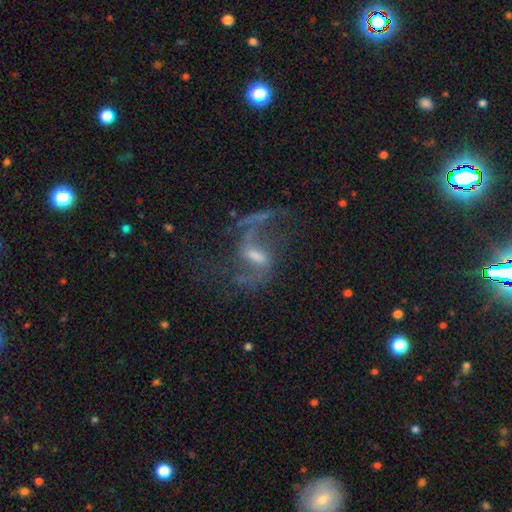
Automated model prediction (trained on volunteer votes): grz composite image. It shows a featured or disk galaxy (85%) with a weak bar (51%), 2 (89%) loose (77%) spiral arms (92%) and a moderate central bulge (41%). Merging: none (56%).